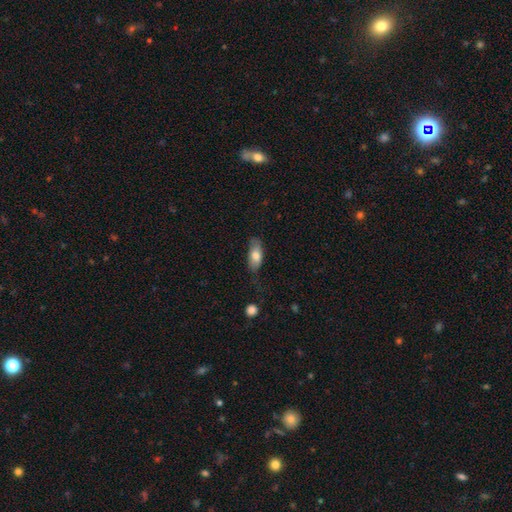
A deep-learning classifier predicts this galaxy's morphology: A smooth galaxy with no disk features (78%) that is in between round and cigar-shaped (83%).

Vote fractions:
- Smooth or featured? smooth: 78% / featured or disk: 16% / star or artifact: 6%
- How rounded? in between: 83% / cigar-shaped: 14% / round: 3%
- Merging? none: 62% / minor disturbance: 27% / major disturbance: 9% / merger: 2%